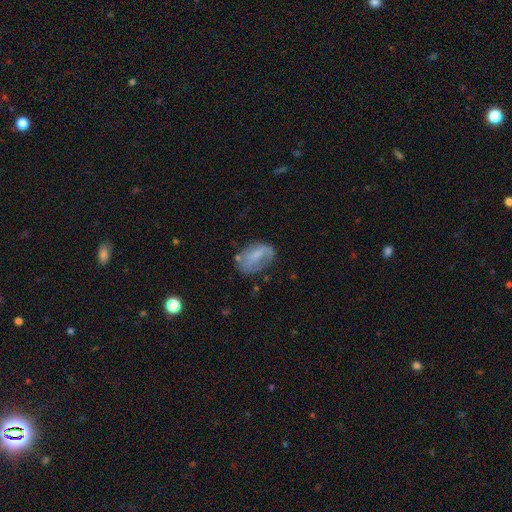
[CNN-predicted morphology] Smooth or featured? Predicted: smooth (p=0.50). Merging? Predicted: none (p=0.50).